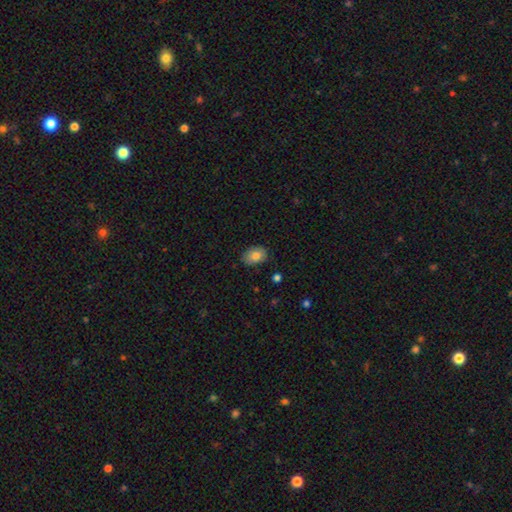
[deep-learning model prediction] smooth 83%, featured or disk 9%, star or artifact 8%. Down the decision tree: how rounded — in between (79%); merging — none (80%).